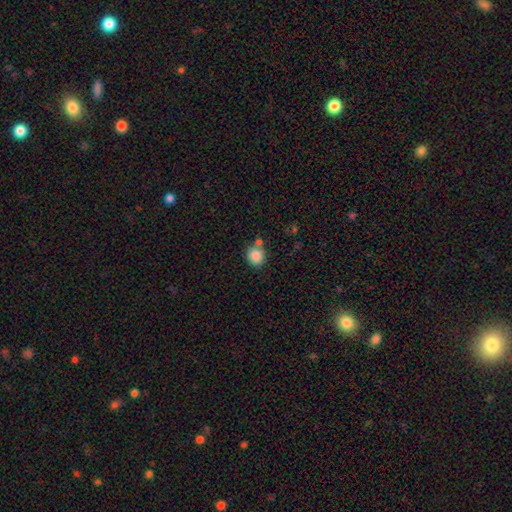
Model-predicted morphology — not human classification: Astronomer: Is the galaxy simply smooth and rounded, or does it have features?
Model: smooth — 85%.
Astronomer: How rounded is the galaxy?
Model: round — 82%.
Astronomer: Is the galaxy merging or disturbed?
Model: none — 68%.